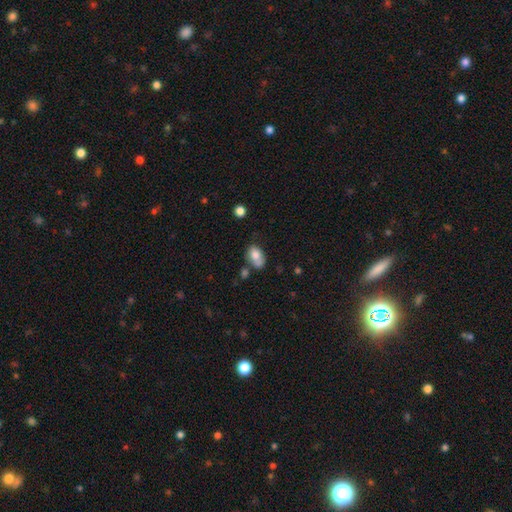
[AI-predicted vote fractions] smooth 77%, featured or disk 15%, star or artifact 9%. Down the decision tree: how rounded — in between (85%); merging — none (40%).